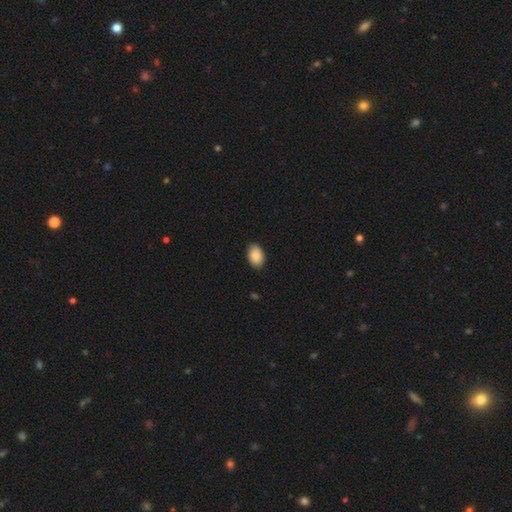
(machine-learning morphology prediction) type=smooth (89%); roundness=in between (87%); merging=none (87%).